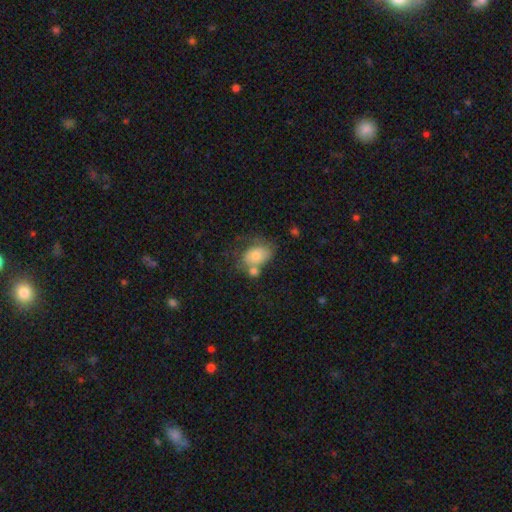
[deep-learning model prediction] Smooth or featured? smooth (71%)
How rounded? in between (82%)
Merging? none (36%)